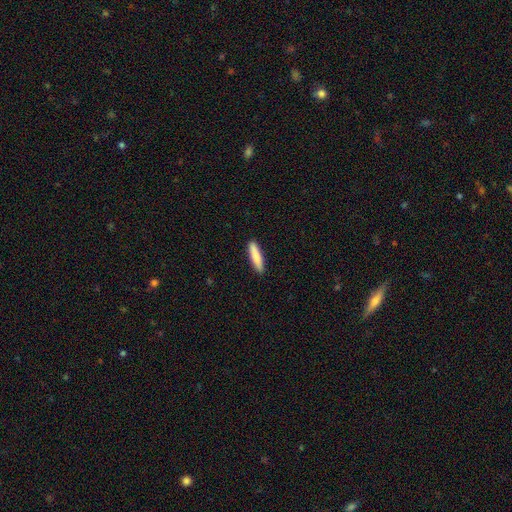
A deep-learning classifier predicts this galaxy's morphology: This is clearly a smooth galaxy (86%). How rounded: clearly cigar-shaped (83%). Merging: clearly none (90%).